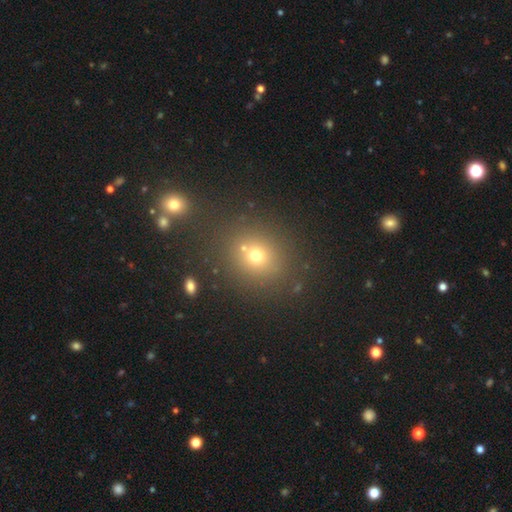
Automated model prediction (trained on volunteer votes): A smooth galaxy with no disk features (67%) that is round (76%).

Vote fractions:
- Smooth or featured? smooth: 67% / star or artifact: 21% / featured or disk: 12%
- How rounded? round: 76% / in between: 23% / cigar-shaped: 1%
- Merging? none: 73% / merger: 14% / minor disturbance: 9% / major disturbance: 4%